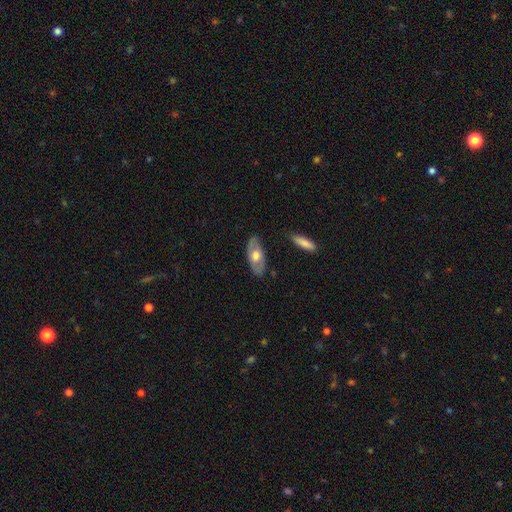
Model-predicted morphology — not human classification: This appears to be a smooth galaxy with no disk features (48%). Merging: none (81%).